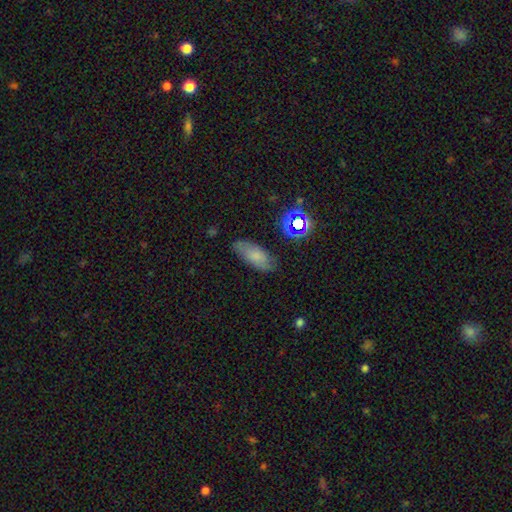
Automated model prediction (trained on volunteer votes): smooth_or_featured: smooth (p=0.69) [alt: featured or disk p=0.18]
how_rounded: in between (p=0.80) [alt: cigar-shaped p=0.16]
merging: none (p=0.74) [alt: minor disturbance p=0.19]